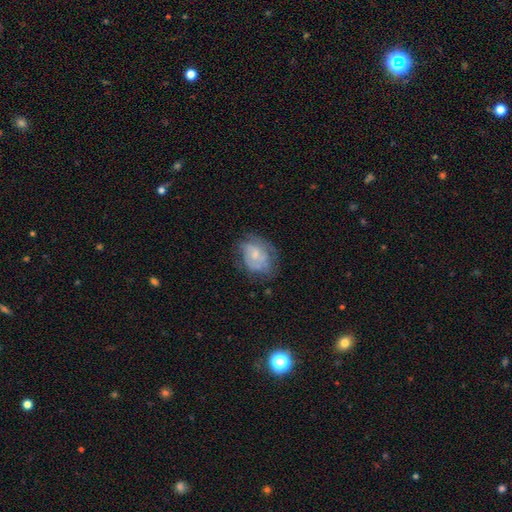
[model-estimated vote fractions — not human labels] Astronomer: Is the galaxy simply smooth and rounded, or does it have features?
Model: featured or disk — 53% (runner-up: smooth, 38%).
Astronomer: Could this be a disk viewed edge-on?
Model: no — 97%.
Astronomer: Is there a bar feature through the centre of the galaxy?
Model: no — 73%.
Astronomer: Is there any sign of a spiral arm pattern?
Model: yes — 61% (runner-up: no, 39%).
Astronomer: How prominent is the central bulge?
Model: small — 49% (runner-up: moderate, 34%).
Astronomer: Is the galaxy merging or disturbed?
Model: none — 53%.